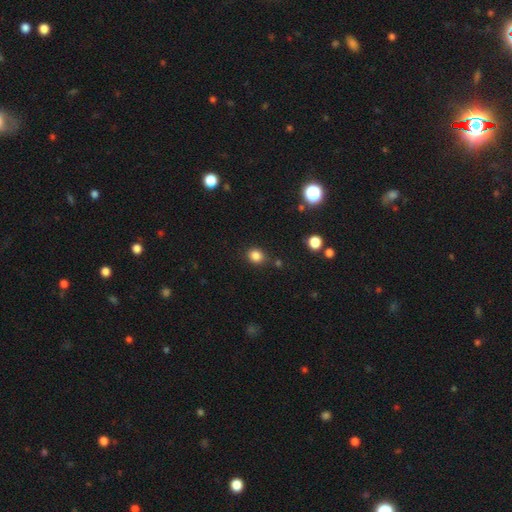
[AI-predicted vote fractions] A smooth galaxy with no disk features (84%) that is round (73%).

Vote fractions:
- Smooth or featured? smooth: 84% / star or artifact: 12% / featured or disk: 4%
- How rounded? round: 73% / in between: 26% / cigar-shaped: 1%
- Merging? none: 82% / minor disturbance: 11% / merger: 4% / major disturbance: 3%